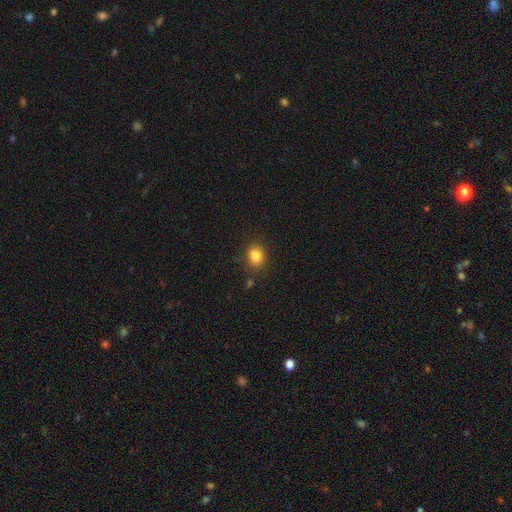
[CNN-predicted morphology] Smooth or featured: smooth — 84% (star or artifact — 11%)
How rounded: in between — 54% (round — 44%)
Merging: none — 79% (minor disturbance — 14%)